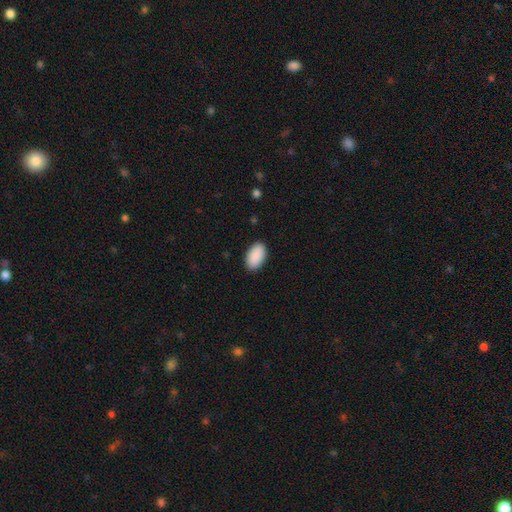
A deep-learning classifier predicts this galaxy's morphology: The model was most divided on "merging": none: 89%, minor disturbance: 8%, major disturbance: 2%, merger: 1%. More confident: how rounded — in between (96%); smooth or featured — smooth (92%).